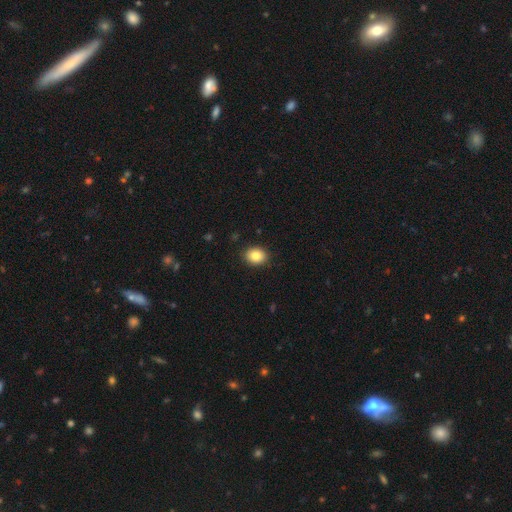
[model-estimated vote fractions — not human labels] Morphology: type=smooth (84%); roundness=in between (53%); merging=none (89%).